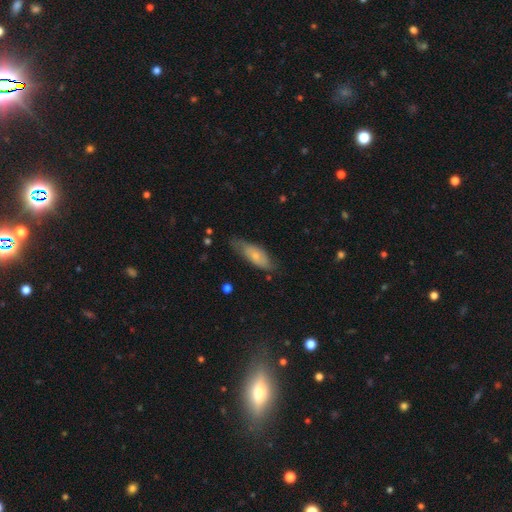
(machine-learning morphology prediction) Smooth or featured: smooth — 63% (featured or disk — 30%)
How rounded: in between — 70% (cigar-shaped — 28%)
Merging: none — 58% (minor disturbance — 32%)